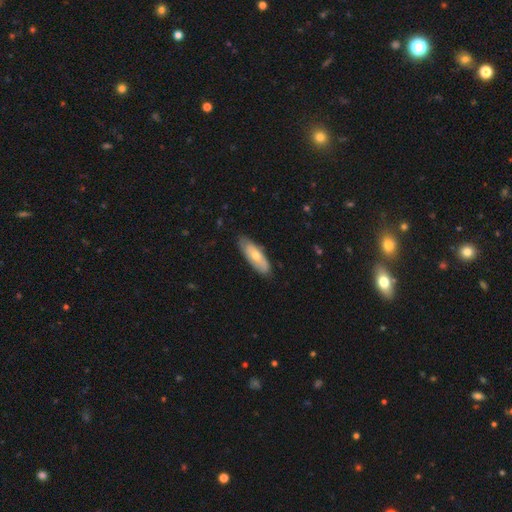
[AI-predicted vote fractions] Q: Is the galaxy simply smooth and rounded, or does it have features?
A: smooth — 60%.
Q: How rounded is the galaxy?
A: in between — 64%.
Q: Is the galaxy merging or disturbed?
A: none — 81%.